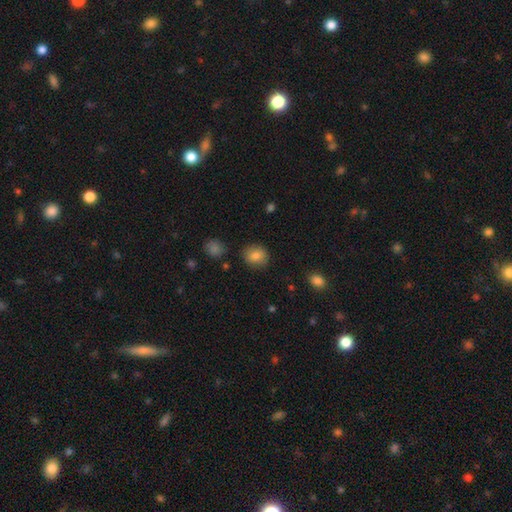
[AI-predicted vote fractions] The model was most divided on "how rounded": round: 73%, in between: 26%, cigar-shaped: 1%. More confident: merging — none (84%); smooth or featured — smooth (84%).